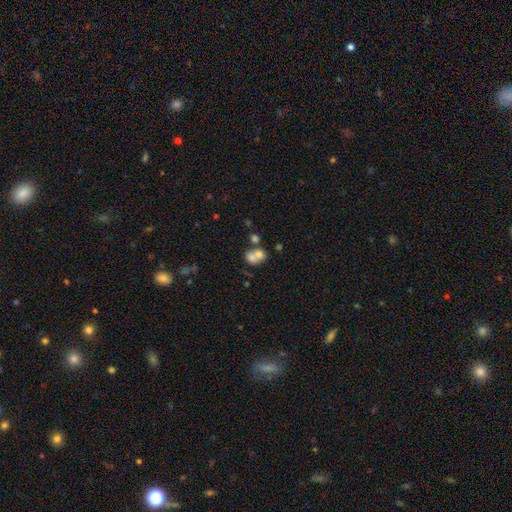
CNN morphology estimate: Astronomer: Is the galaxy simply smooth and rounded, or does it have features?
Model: smooth — 68%.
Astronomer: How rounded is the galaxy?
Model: round — 54% (runner-up: in between, 45%).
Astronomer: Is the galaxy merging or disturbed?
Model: merger — 64%.